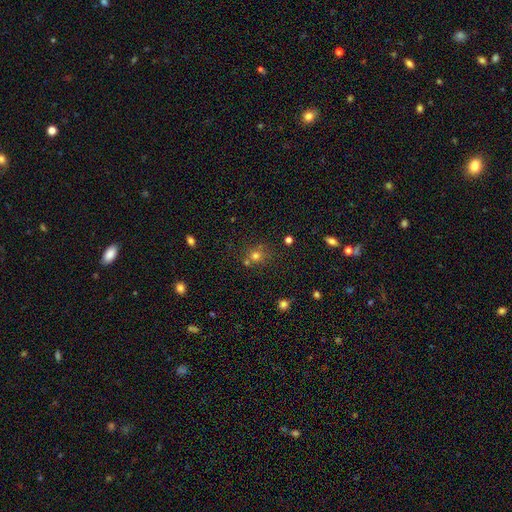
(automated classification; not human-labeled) A smooth galaxy with no disk features (71%) that is round (85%). Merging: none (64%).